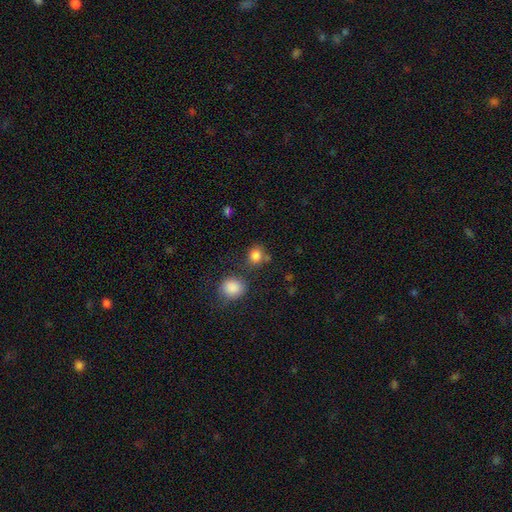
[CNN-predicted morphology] smooth 83%, star or artifact 12%, featured or disk 5%. Down the decision tree: how rounded — round (79%); merging — none (66%).